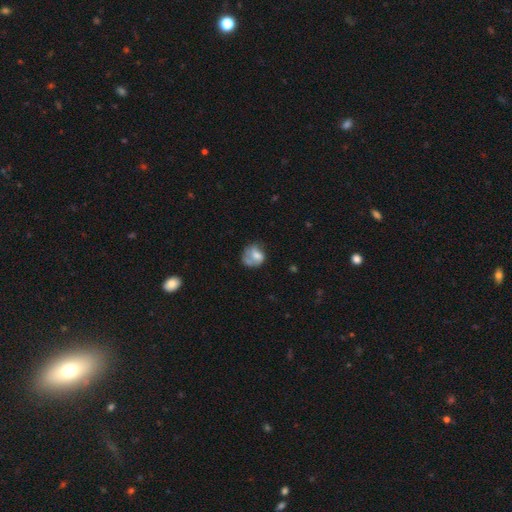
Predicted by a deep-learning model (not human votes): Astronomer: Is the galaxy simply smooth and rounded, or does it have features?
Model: smooth — 59%.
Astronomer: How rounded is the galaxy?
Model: round — 59% (runner-up: in between, 40%).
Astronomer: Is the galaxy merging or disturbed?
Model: none — 37% (runner-up: minor disturbance, 28%).